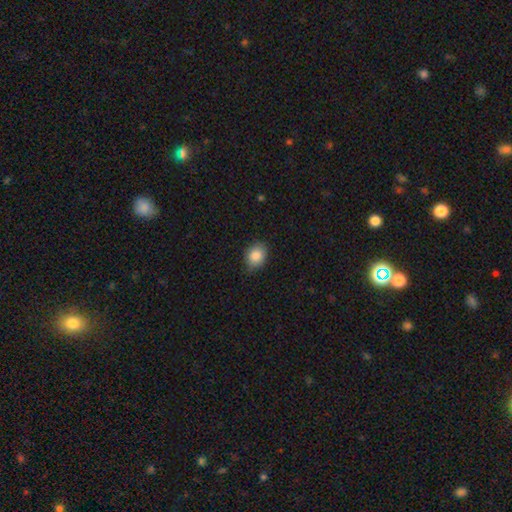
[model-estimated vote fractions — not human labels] Q: Smooth or featured?
A: smooth (87%); runner-up: star or artifact (8%)
Q: How rounded?
A: in between (56%); runner-up: round (43%)
Q: Merging?
A: none (83%); runner-up: minor disturbance (14%)